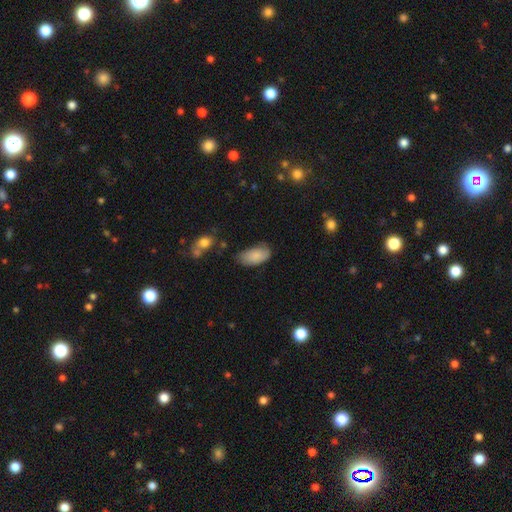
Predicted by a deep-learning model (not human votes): Overall: smooth (85%). How rounded: in between (93%). Merging: none (62%; minor disturbance 30%).